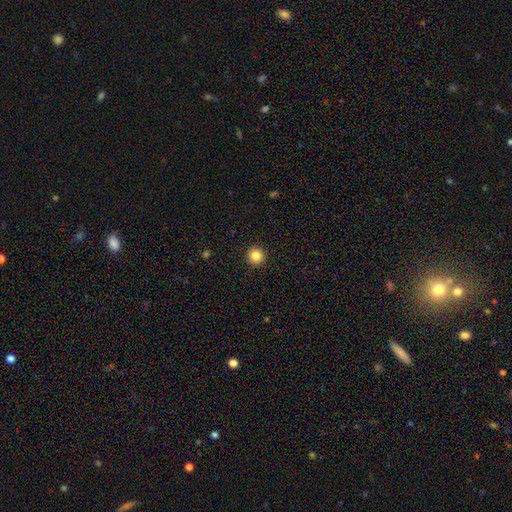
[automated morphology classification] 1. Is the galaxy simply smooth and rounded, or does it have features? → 84% smooth, 11% star or artifact, 5% featured or disk.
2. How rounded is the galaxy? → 95% round, 4% in between, 1% cigar-shaped.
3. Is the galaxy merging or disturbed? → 93% none, 4% minor disturbance, 2% major disturbance, 1% merger.